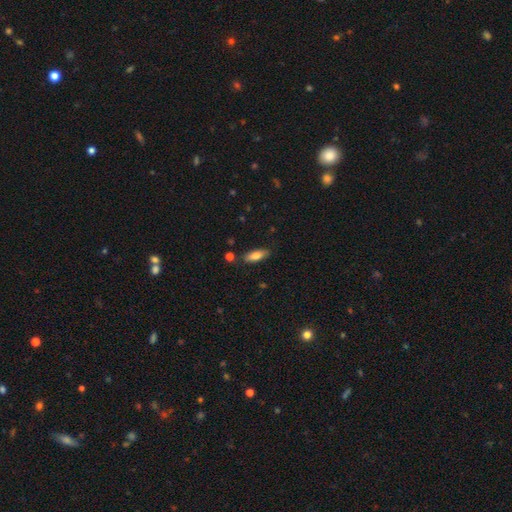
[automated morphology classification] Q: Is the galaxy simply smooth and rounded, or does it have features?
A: smooth — 80%.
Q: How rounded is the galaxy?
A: in between — 74%.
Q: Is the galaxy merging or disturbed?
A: none — 80%.